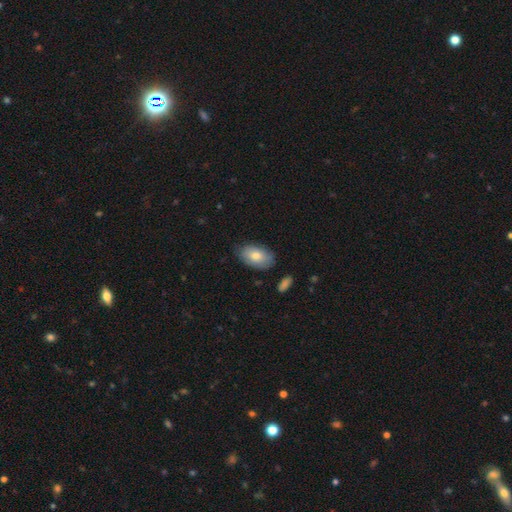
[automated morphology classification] The model was most divided on "merging": none: 78%, minor disturbance: 17%, major disturbance: 3%, merger: 2%. More confident: how rounded — in between (92%); smooth or featured — smooth (78%).